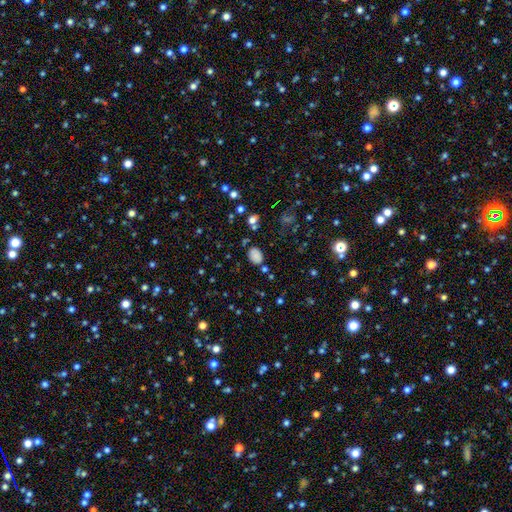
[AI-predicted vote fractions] A smooth galaxy with no disk features (77%) that is in between round and cigar-shaped (69%). Merging: none (79%).